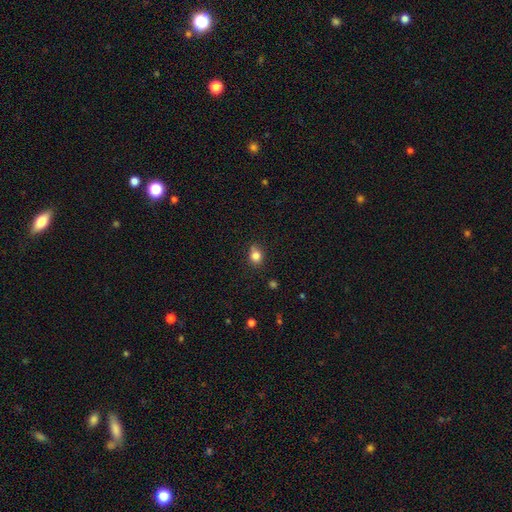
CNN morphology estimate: This appears to be a smooth galaxy with no disk features (82%) that is round (63%). Merging: none (71%).